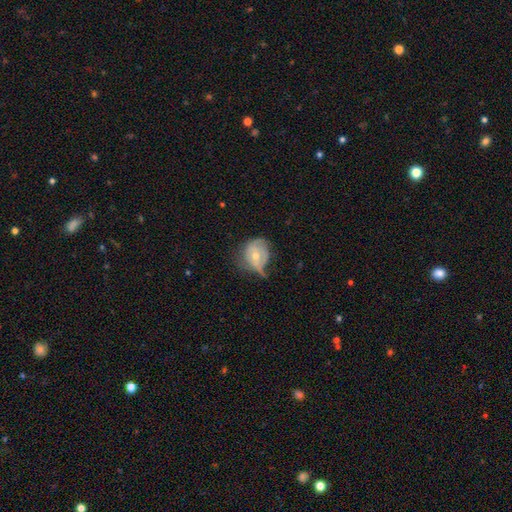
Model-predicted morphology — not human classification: smooth_or_featured: featured or disk (p=0.50) [alt: smooth p=0.43]
merging: minor disturbance (p=0.35) [alt: none p=0.31]